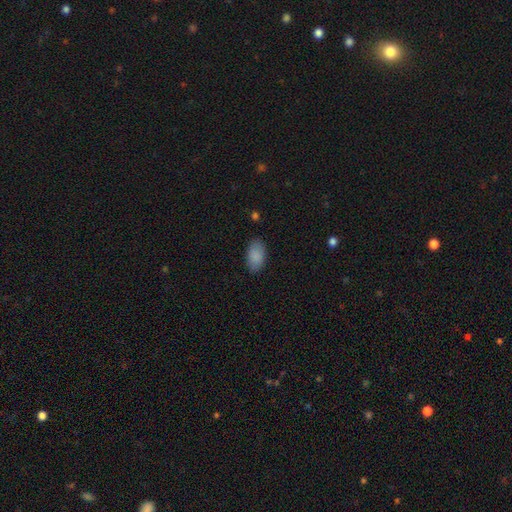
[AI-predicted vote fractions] Overall: smooth (89%). How rounded: in between (94%). Merging: none (85%).